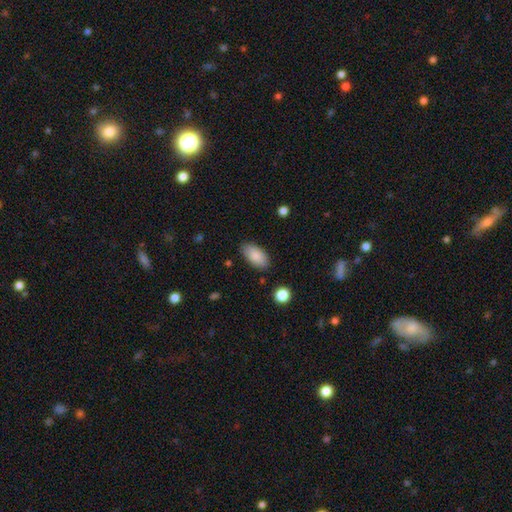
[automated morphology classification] Q: Smooth or featured?
A: smooth (86%); runner-up: featured or disk (7%)
Q: How rounded?
A: in between (93%); runner-up: cigar-shaped (5%)
Q: Merging?
A: none (84%); runner-up: minor disturbance (12%)